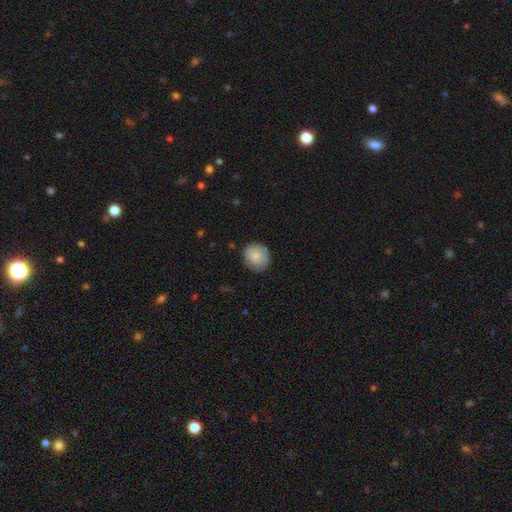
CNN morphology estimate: Overall: smooth (83%). How rounded: round (84%). Merging: none (80%).